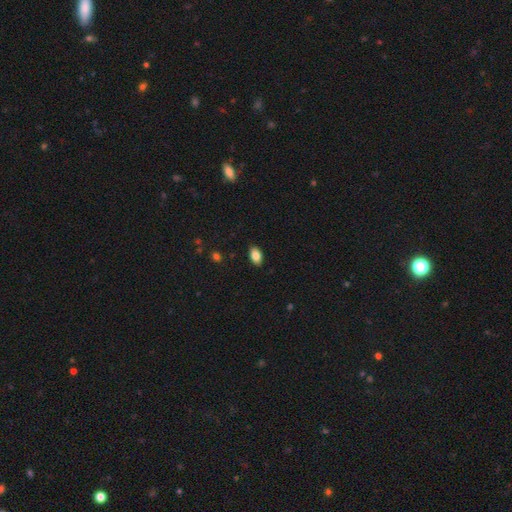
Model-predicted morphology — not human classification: Smooth or featured?
  - smooth: 84% *
  - featured or disk: 8%
  - star or artifact: 8%
How rounded?
  - in between: 92% *
  - round: 6%
  - cigar-shaped: 2%
Merging?
  - none: 89% *
  - minor disturbance: 8%
  - major disturbance: 2%
  - merger: 1%